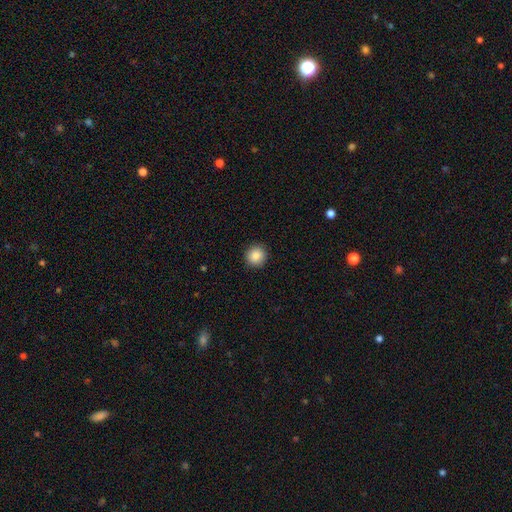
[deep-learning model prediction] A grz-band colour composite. It shows a smooth galaxy with no disk features (86%) that is round (94%). Merging: none (92%).